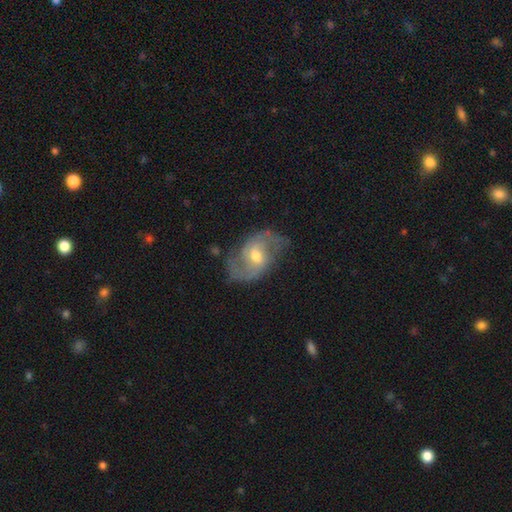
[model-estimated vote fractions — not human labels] This is clearly a featured or disk galaxy (83%). It is clearly not viewed edge-on (96%). Bar: possibly weak (50%). Spiral arm pattern: clearly yes (93%). Spiral arm count: clearly 2 (87%). Spiral winding: possibly medium (48%). Central bulge: likely moderate (64%). Merging: likely none (72%).